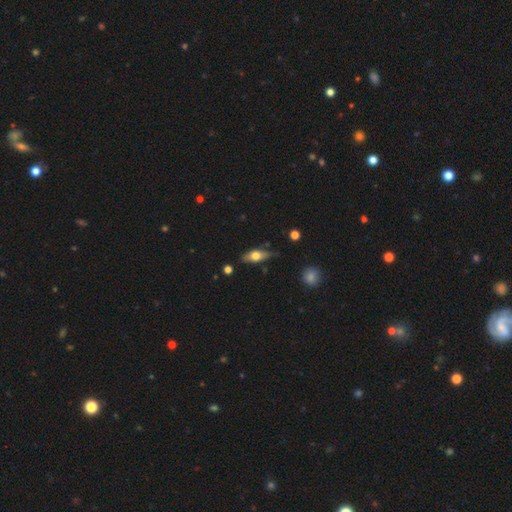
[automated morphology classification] Q: Smooth or featured?
A: smooth (51%); runner-up: featured or disk (42%)
Q: How rounded?
A: in between (65%); runner-up: cigar-shaped (30%)
Q: Merging?
A: none (70%); runner-up: minor disturbance (22%)